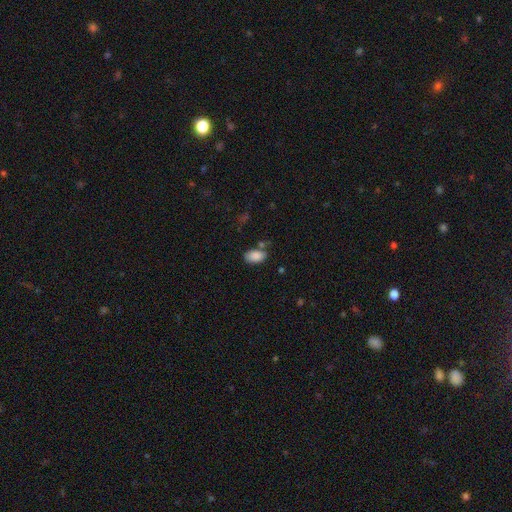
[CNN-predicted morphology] A smooth galaxy with no disk features (87%) that is in between round and cigar-shaped (93%).

Vote fractions:
- Smooth or featured? smooth: 87% / star or artifact: 8% / featured or disk: 5%
- How rounded? in between: 93% / round: 5% / cigar-shaped: 2%
- Merging? none: 70% / minor disturbance: 16% / merger: 10% / major disturbance: 4%